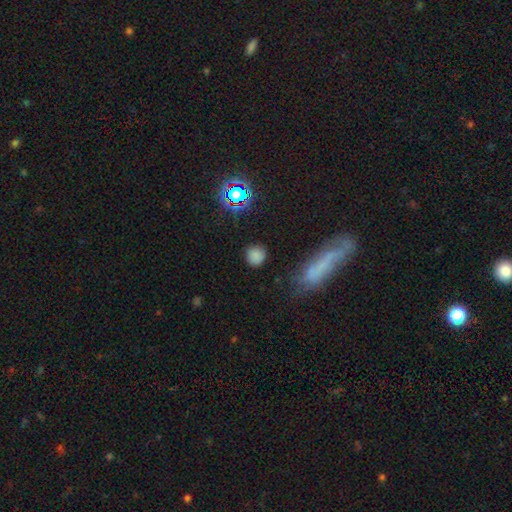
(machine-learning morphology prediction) smooth_or_featured: smooth (p=0.77) [alt: star or artifact p=0.16]
how_rounded: round (p=0.90) [alt: in between p=0.09]
merging: none (p=0.85) [alt: minor disturbance p=0.10]